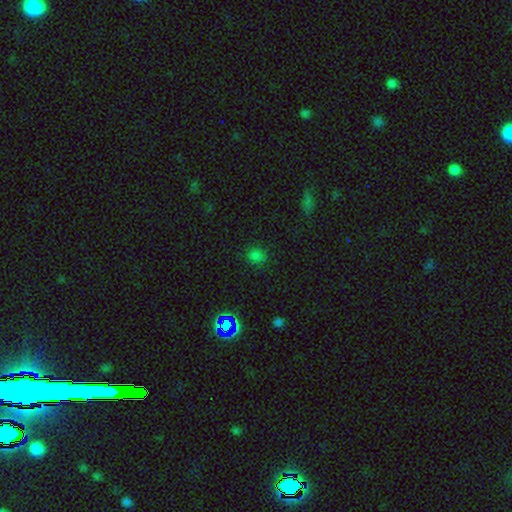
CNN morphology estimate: The model was most divided on "how rounded": round: 72%, in between: 26%, cigar-shaped: 1%. More confident: merging — none (85%); smooth or featured — smooth (72%).